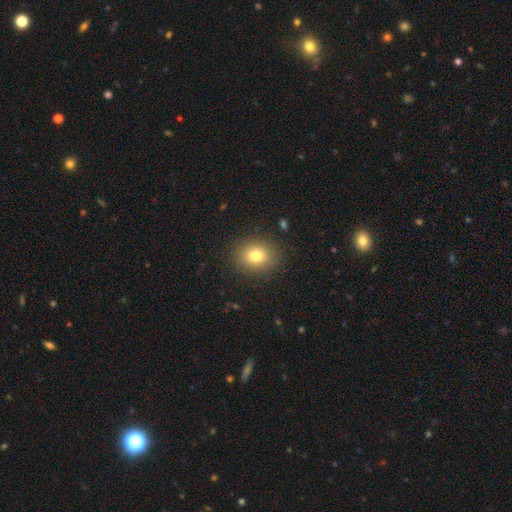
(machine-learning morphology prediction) smooth_or_featured: smooth (p=0.79) [alt: star or artifact p=0.12]
how_rounded: round (p=0.66) [alt: in between p=0.34]
merging: none (p=0.88) [alt: minor disturbance p=0.08]